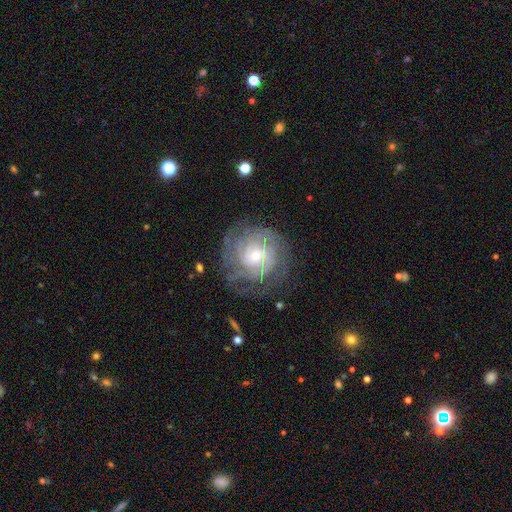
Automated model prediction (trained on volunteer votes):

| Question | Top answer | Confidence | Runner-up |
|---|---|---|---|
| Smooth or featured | featured or disk | 81% | smooth (12%) |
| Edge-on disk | no | 97% | yes (3%) |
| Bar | no | 66% | weak (28%) |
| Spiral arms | yes | 94% | no (6%) |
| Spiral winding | tight | 74% | medium (21%) |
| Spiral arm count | can't tell | 40% | 4 (17%) |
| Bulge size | small | 60% | moderate (35%) |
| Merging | none | 75% | minor disturbance (15%) |